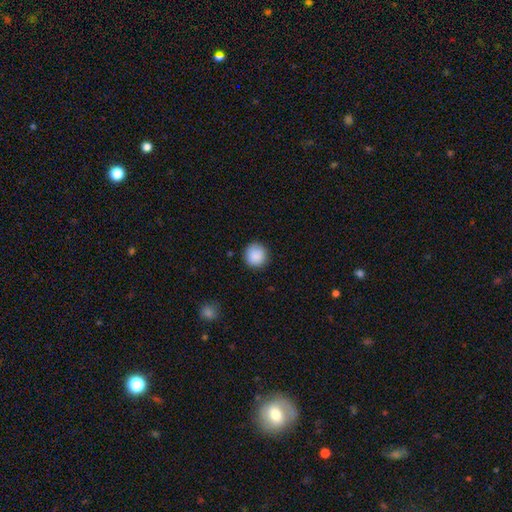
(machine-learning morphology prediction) The model was most divided on "merging": none: 88%, minor disturbance: 9%, major disturbance: 2%, merger: 1%. More confident: how rounded — round (94%); smooth or featured — smooth (89%).